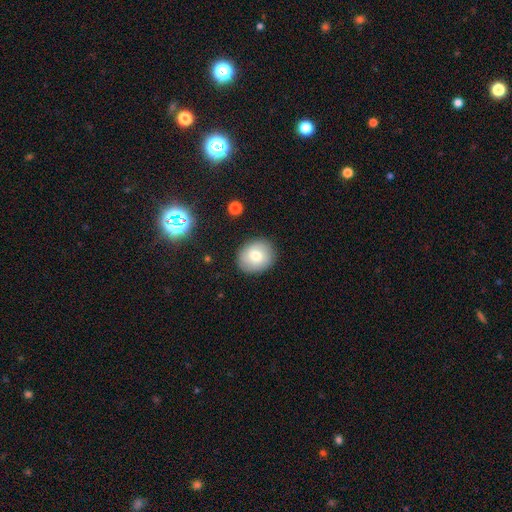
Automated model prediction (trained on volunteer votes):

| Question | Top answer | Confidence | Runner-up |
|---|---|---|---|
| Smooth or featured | smooth | 72% | featured or disk (19%) |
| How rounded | round | 71% | in between (28%) |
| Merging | none | 87% | minor disturbance (9%) |